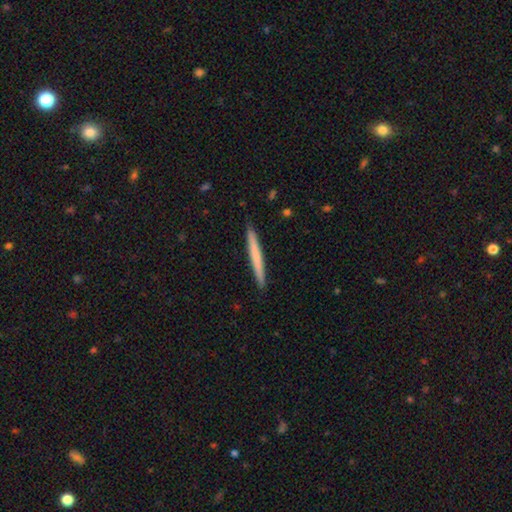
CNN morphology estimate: smooth-or-featured: smooth: 61% | featured or disk: 33% | star or artifact: 5%
  how-rounded: cigar-shaped: 97% | in between: 2% | round: 1%
  merging: none: 92% | minor disturbance: 5% | major disturbance: 1% | merger: 1%